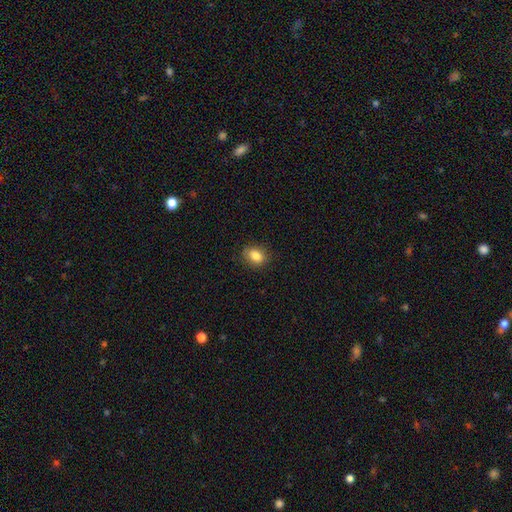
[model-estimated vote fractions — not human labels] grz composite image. It shows a smooth galaxy with no disk features (84%) that is in between round and cigar-shaped (63%). Merging: none (83%).